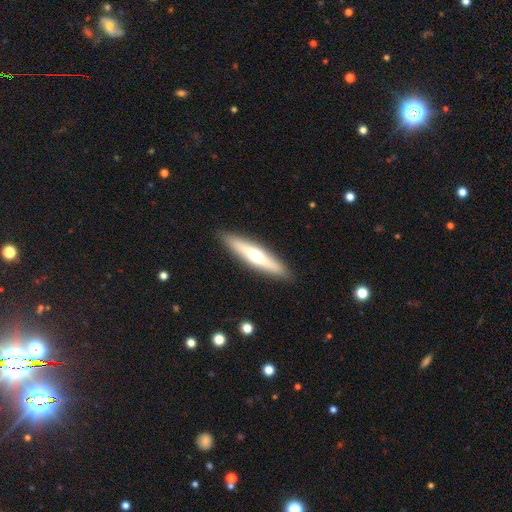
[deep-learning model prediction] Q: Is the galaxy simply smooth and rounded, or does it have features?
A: featured or disk — 49%.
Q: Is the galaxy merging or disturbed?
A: none — 90%.